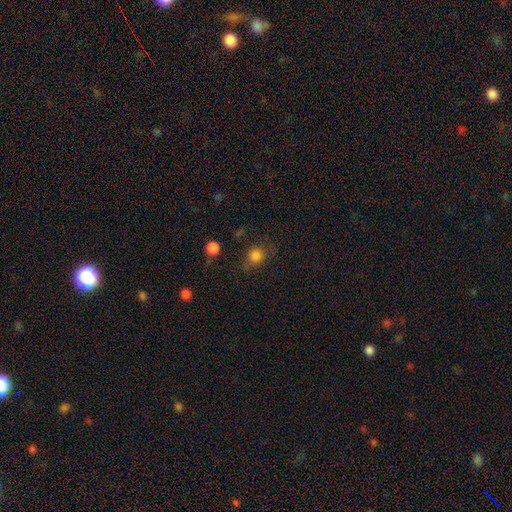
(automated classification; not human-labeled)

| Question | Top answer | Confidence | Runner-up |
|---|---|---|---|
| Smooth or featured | smooth | 79% | star or artifact (14%) |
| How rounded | round | 80% | in between (19%) |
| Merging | none | 68% | minor disturbance (19%) |